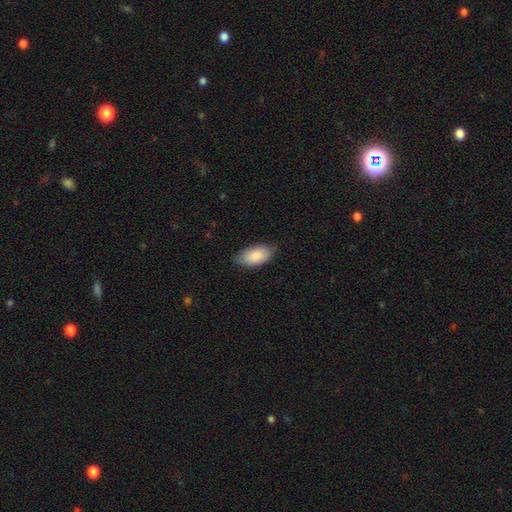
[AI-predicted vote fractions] Smooth or featured?
  - smooth: 88% *
  - featured or disk: 7%
  - star or artifact: 6%
How rounded?
  - in between: 95% *
  - cigar-shaped: 3%
  - round: 2%
Merging?
  - none: 80% *
  - minor disturbance: 16%
  - major disturbance: 3%
  - merger: 1%